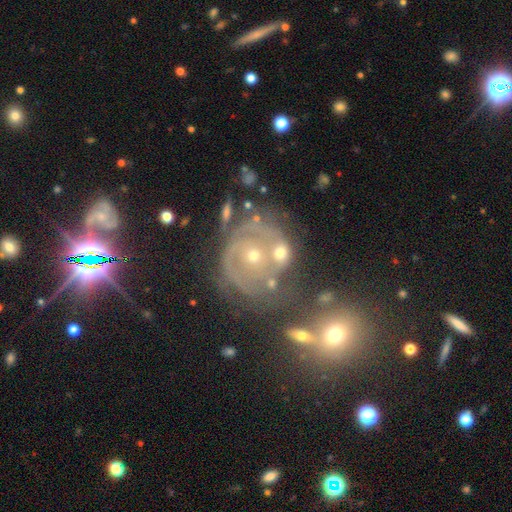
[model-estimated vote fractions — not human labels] Smooth or featured: featured or disk — 77% (smooth — 11%)
Edge-on disk: no — 97% (yes — 3%)
Bar: no — 76% (weak — 18%)
Spiral arms: yes — 86% (no — 14%)
Spiral winding: tight — 63% (medium — 29%)
Spiral arm count: 2 — 37% (can't tell — 28%)
Bulge size: small — 65% (moderate — 29%)
Merging: none — 45% (merger — 23%)